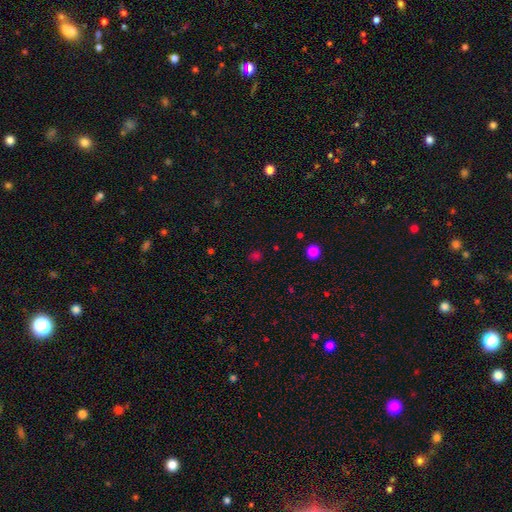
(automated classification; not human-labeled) Smooth or featured: smooth — 62% (star or artifact — 34%)
How rounded: round — 77% (in between — 22%)
Merging: none — 84% (minor disturbance — 10%)